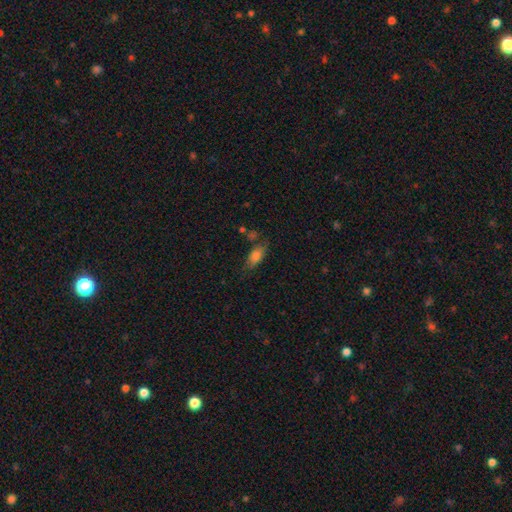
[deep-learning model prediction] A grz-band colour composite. It shows a smooth galaxy with no disk features (74%) that is in between round and cigar-shaped (78%). Merging: none (59%).